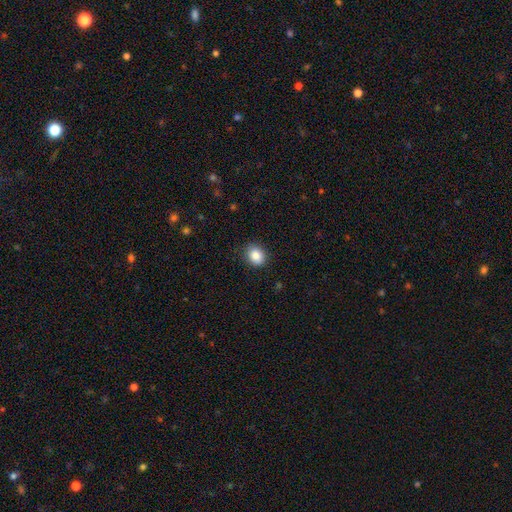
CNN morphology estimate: Q: Smooth or featured?
A: smooth (86%); runner-up: star or artifact (9%)
Q: How rounded?
A: round (64%); runner-up: in between (35%)
Q: Merging?
A: none (88%); runner-up: minor disturbance (9%)